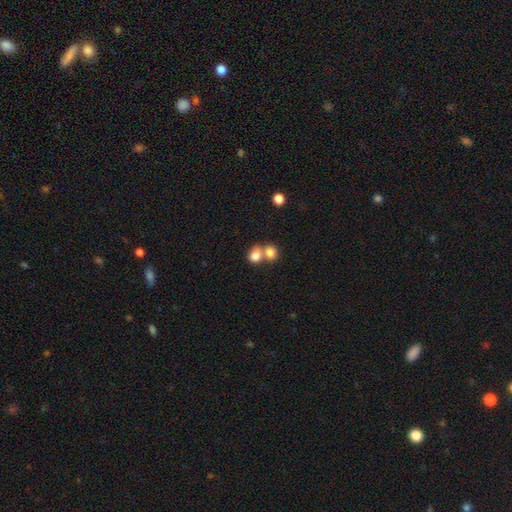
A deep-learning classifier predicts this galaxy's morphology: This is clearly a smooth galaxy (81%). How rounded: likely round (66%). Merging: likely merger (60%).